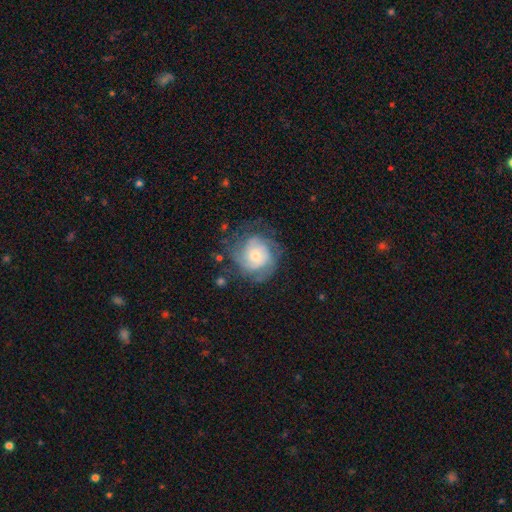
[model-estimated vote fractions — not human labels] Smooth or featured? Predicted: featured or disk (p=0.75). Edge-on disk? Predicted: no (p=0.98). Bar? Predicted: no (p=0.76). Spiral arms? Predicted: yes (p=0.93). Spiral winding? Predicted: tight (p=0.58). Spiral arm count? Predicted: can't tell (p=0.32). Bulge size? Predicted: small (p=0.50). Merging? Predicted: none (p=0.68).